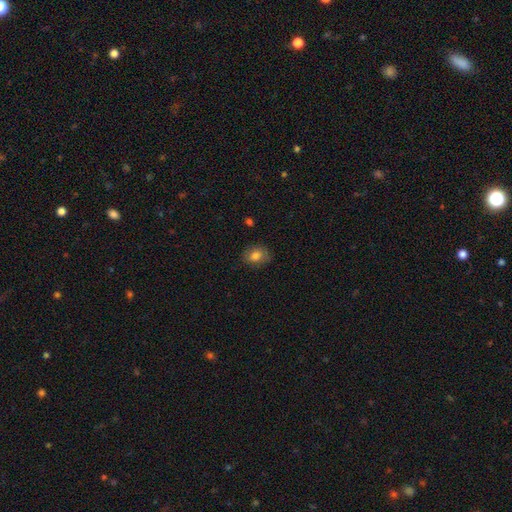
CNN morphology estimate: This is likely a smooth galaxy (80%). How rounded: possibly in between (55%). Merging: likely none (78%).